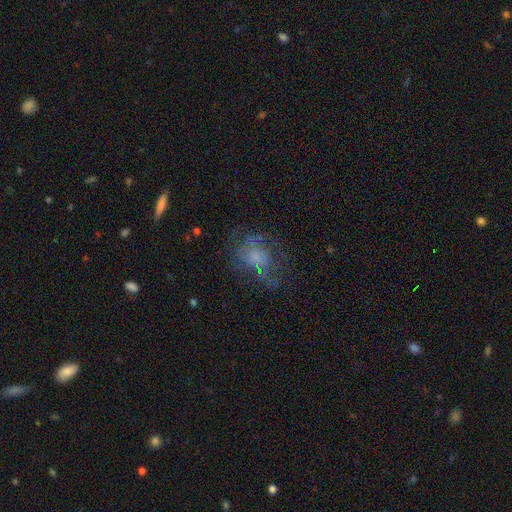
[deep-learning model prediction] Smooth or featured?
  - featured or disk: 44% *
  - smooth: 41%
  - star or artifact: 15%
Merging?
  - none: 44% *
  - major disturbance: 32%
  - minor disturbance: 21%
  - merger: 3%